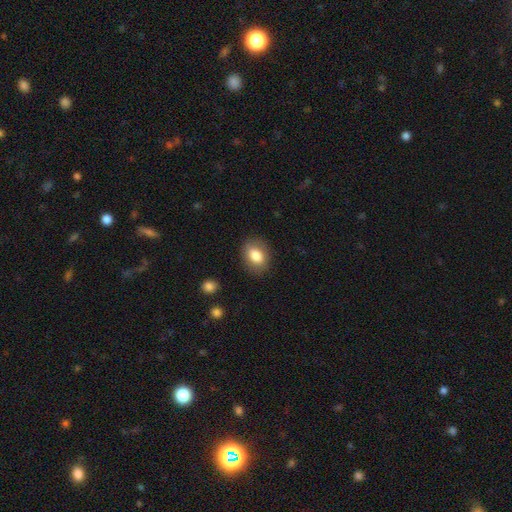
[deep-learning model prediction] Q: Smooth or featured?
A: smooth (81%); runner-up: featured or disk (11%)
Q: How rounded?
A: in between (69%); runner-up: round (30%)
Q: Merging?
A: none (85%); runner-up: minor disturbance (11%)